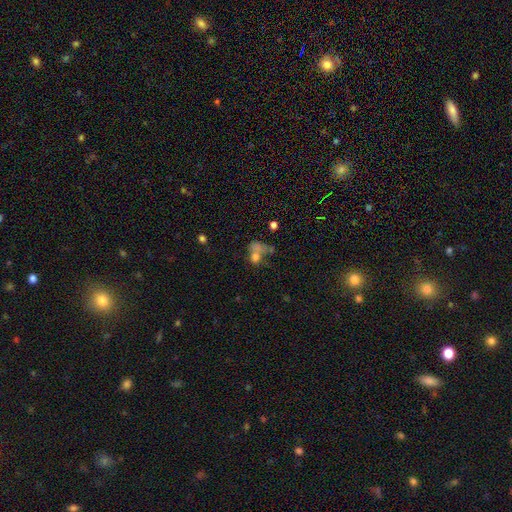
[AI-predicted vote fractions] smooth 60%, featured or disk 20%, star or artifact 20%. Down the decision tree: how rounded — in between (54%); merging — merger (39%).